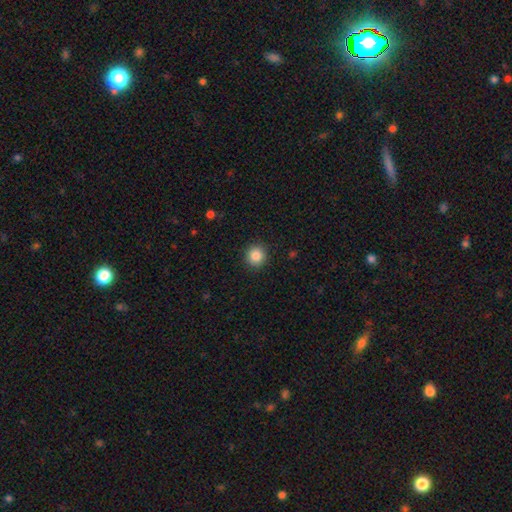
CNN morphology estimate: Q: Smooth or featured?
A: smooth (86%); runner-up: star or artifact (10%)
Q: How rounded?
A: round (90%); runner-up: in between (9%)
Q: Merging?
A: none (91%); runner-up: minor disturbance (6%)